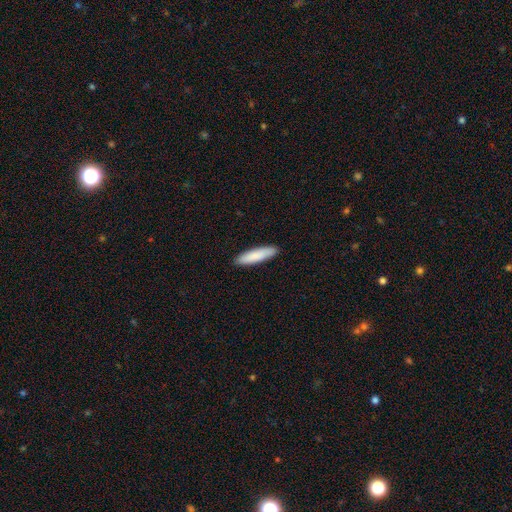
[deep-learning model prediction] smooth 85%, featured or disk 10%, star or artifact 5%. Down the decision tree: how rounded — cigar-shaped (77%); merging — none (91%).